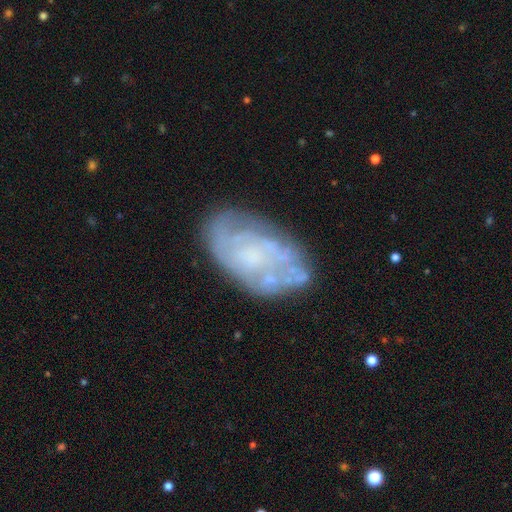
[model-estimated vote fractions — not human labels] Smooth or featured? featured or disk (67%)
Edge-on disk? no (95%)
Bar? no (81%)
Spiral arms? yes (53%)
Bulge size? none (47%)
Merging? none (66%)